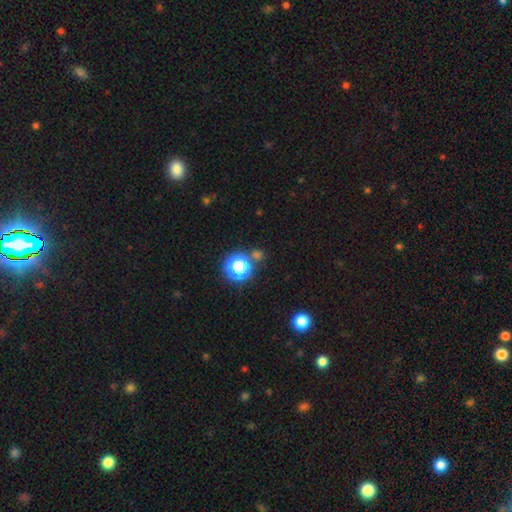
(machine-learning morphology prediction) The model was most divided on "smooth or featured": star or artifact: 52%, smooth: 41%, featured or disk: 7%.